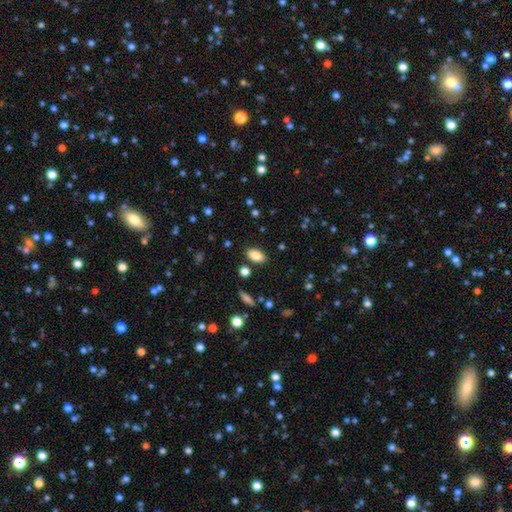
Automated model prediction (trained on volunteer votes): smooth_or_featured: smooth (p=0.84) [alt: star or artifact p=0.09]
how_rounded: in between (p=0.92) [alt: round p=0.05]
merging: none (p=0.85) [alt: minor disturbance p=0.10]